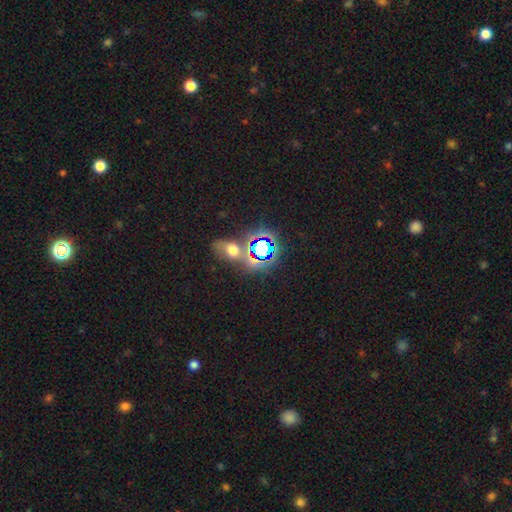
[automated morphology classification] Q: Smooth or featured?
A: star or artifact (54%); runner-up: smooth (33%)